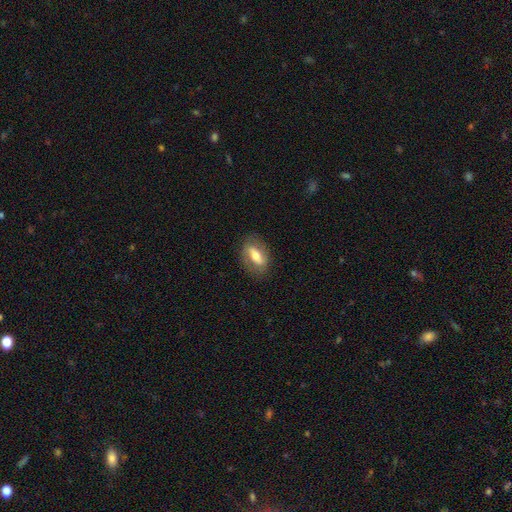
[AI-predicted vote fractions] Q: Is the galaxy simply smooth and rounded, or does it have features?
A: smooth — 47%.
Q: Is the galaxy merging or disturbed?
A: none — 79%.